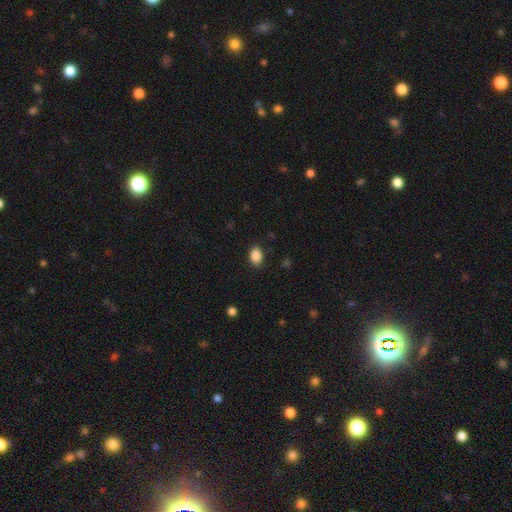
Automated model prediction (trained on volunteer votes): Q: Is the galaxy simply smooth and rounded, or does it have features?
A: smooth — 88%.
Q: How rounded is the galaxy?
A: in between — 79%.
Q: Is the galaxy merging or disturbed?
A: none — 88%.